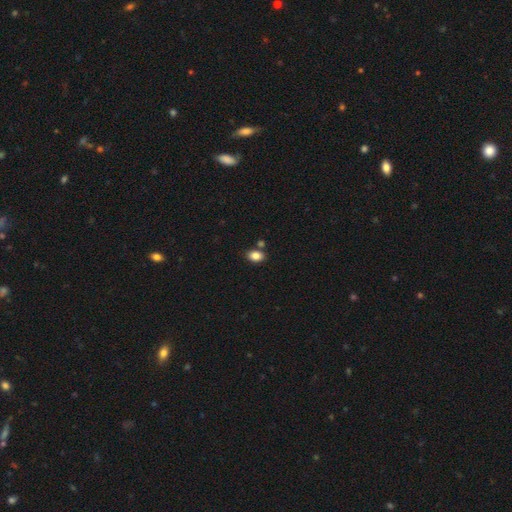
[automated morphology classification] Smooth or featured? Predicted: smooth (p=0.85). How rounded? Predicted: in between (p=0.79). Merging? Predicted: none (p=0.76).